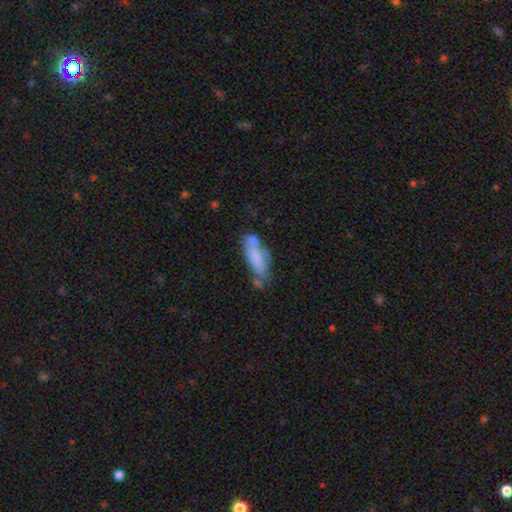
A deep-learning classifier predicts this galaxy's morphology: Overall: smooth (69%). How rounded: in between (55%; cigar-shaped 44%). Merging: none (46%; minor disturbance 26%).